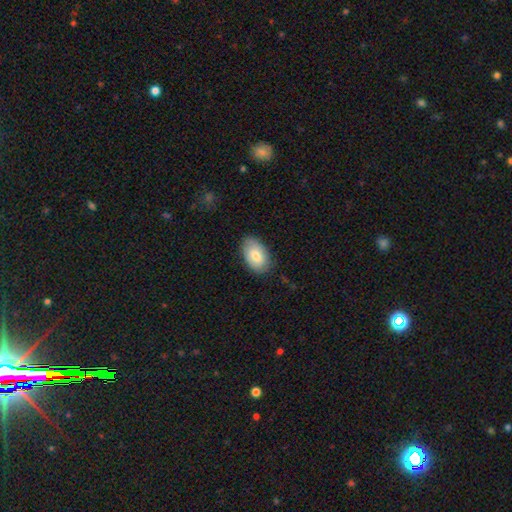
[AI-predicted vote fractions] A smooth galaxy with no disk features (76%) that is in between round and cigar-shaped (92%). Merging: none (78%).